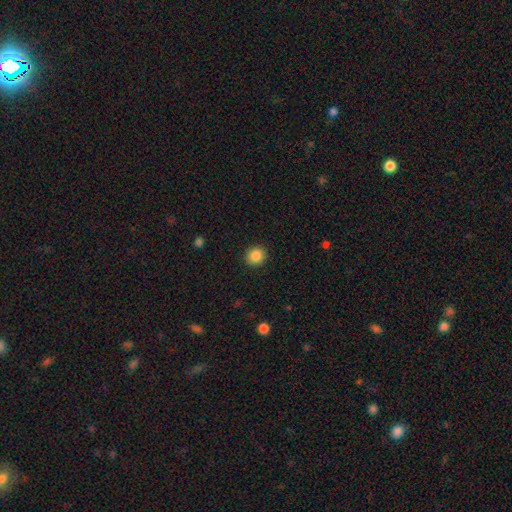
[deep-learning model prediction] Smooth or featured? smooth (87%)
How rounded? round (82%)
Merging? none (91%)